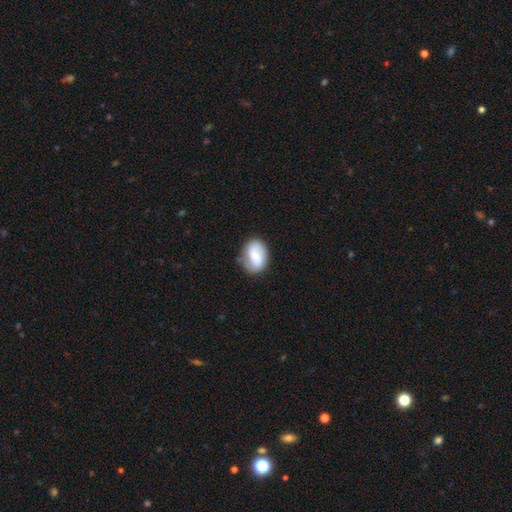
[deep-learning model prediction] smooth_or_featured: smooth (p=0.55) [alt: featured or disk p=0.38]
how_rounded: in between (p=0.73) [alt: round p=0.26]
merging: none (p=0.70) [alt: minor disturbance p=0.21]